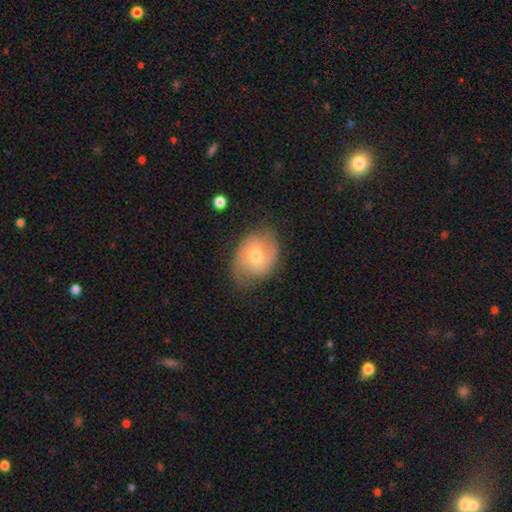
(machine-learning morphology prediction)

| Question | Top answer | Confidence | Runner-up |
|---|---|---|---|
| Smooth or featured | smooth | 48% | featured or disk (44%) |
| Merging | none | 64% | minor disturbance (26%) |